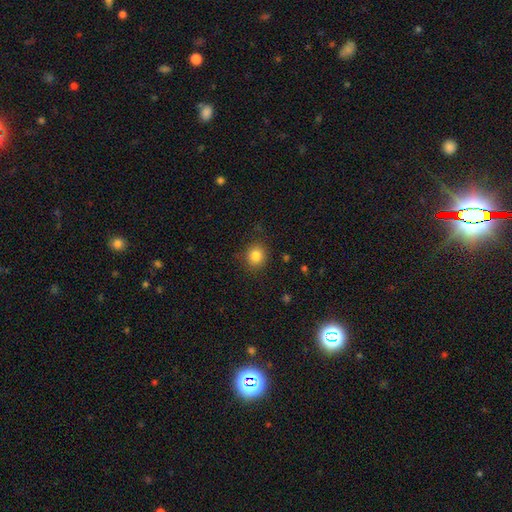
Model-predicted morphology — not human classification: The model was most divided on "how rounded": round: 83%, in between: 16%, cigar-shaped: 1%. More confident: merging — none (87%); smooth or featured — smooth (84%).